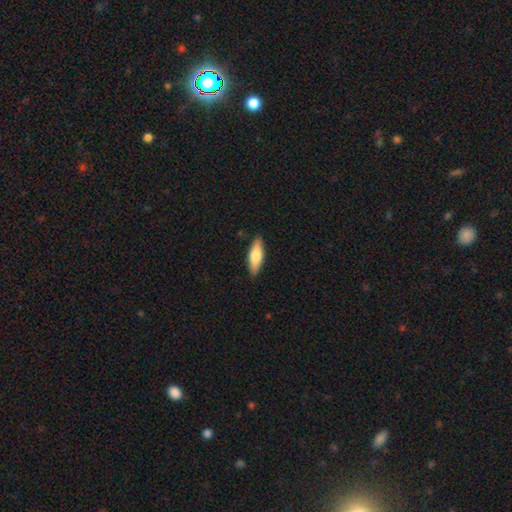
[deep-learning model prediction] Smooth or featured: smooth — 69% (featured or disk — 26%)
How rounded: in between — 54% (cigar-shaped — 44%)
Merging: none — 87% (minor disturbance — 10%)